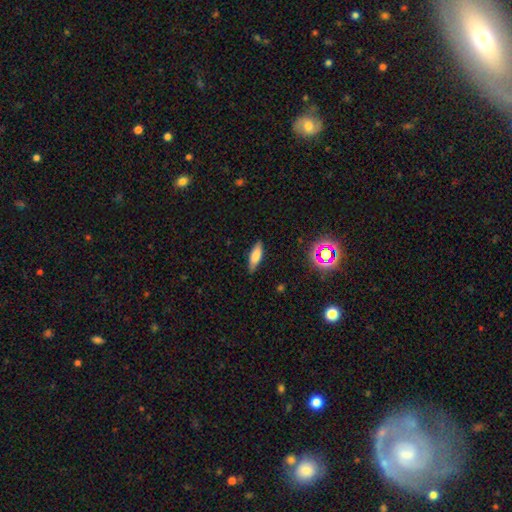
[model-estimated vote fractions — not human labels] A smooth galaxy with no disk features (71%) that is in between round and cigar-shaped (54%). Merging: none (84%).